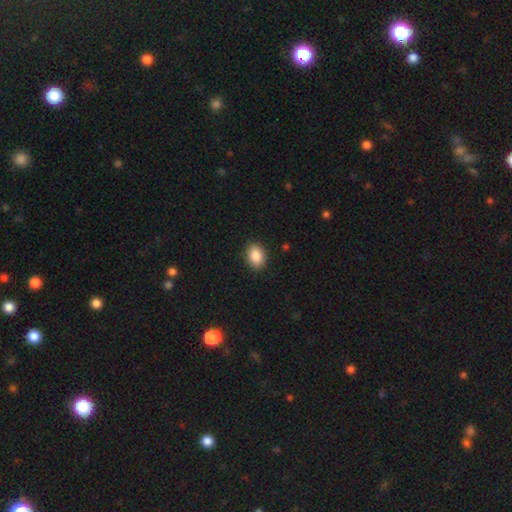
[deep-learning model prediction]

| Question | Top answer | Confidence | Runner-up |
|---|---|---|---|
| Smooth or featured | smooth | 88% | star or artifact (8%) |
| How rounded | in between | 76% | round (23%) |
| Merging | none | 89% | minor disturbance (8%) |